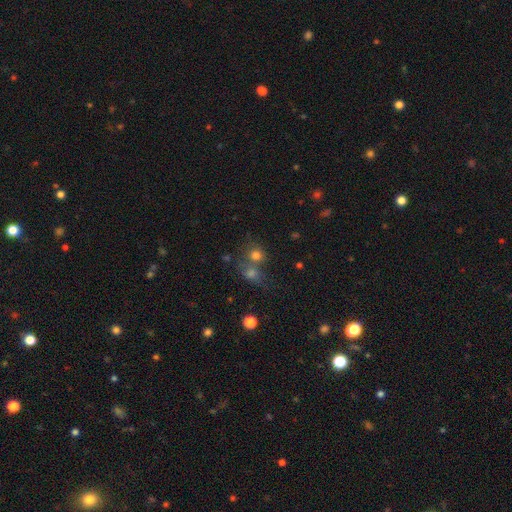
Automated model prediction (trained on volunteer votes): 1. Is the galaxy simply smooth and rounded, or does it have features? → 74% smooth, 16% star or artifact, 10% featured or disk.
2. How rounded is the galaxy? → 80% round, 18% in between, 1% cigar-shaped.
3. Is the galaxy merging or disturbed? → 45% none, 41% merger, 9% minor disturbance, 5% major disturbance.